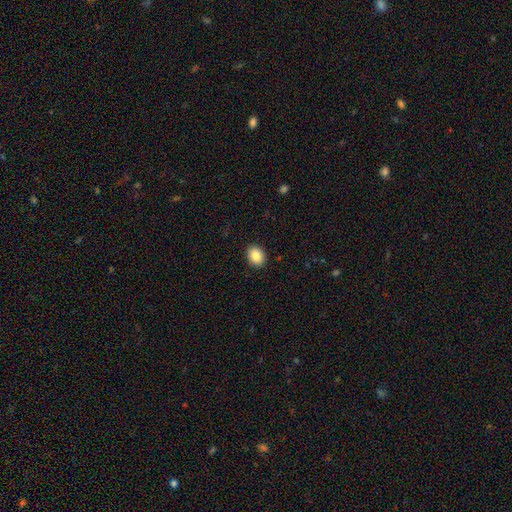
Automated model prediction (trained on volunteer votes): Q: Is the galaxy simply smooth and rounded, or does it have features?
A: smooth — 87%.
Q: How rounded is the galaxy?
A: in between — 59%.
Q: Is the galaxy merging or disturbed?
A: none — 91%.